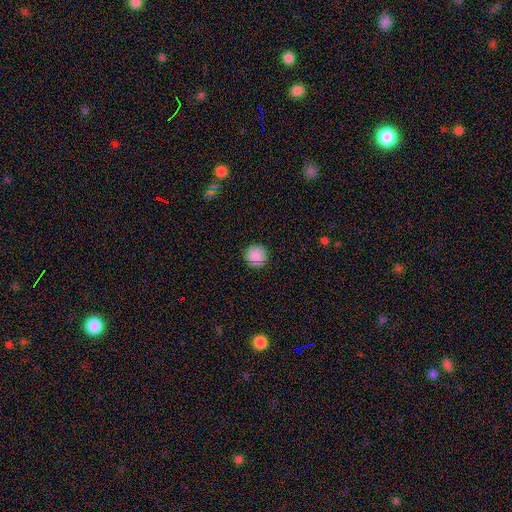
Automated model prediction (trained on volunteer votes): Smooth or featured? Predicted: smooth (p=0.88). How rounded? Predicted: round (p=0.94). Merging? Predicted: none (p=0.89).